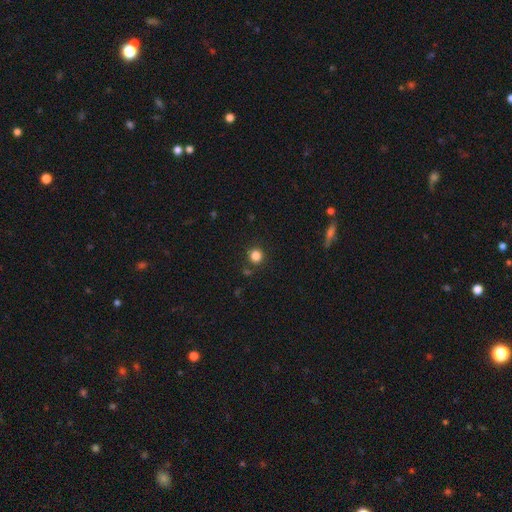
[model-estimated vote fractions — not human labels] Smooth or featured? smooth (84%)
How rounded? round (91%)
Merging? none (86%)